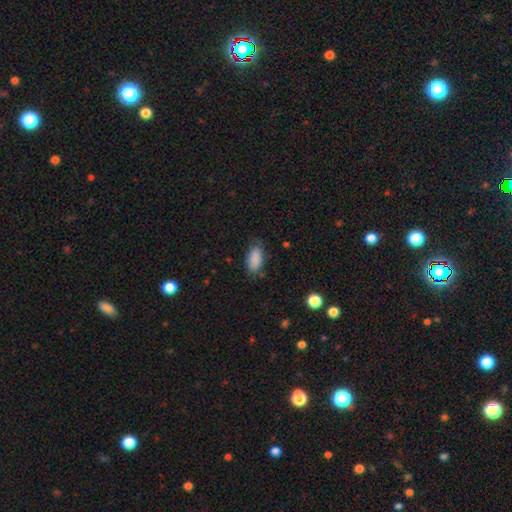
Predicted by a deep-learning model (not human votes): smooth 87%, star or artifact 8%, featured or disk 5%. Down the decision tree: how rounded — in between (89%); merging — none (74%).